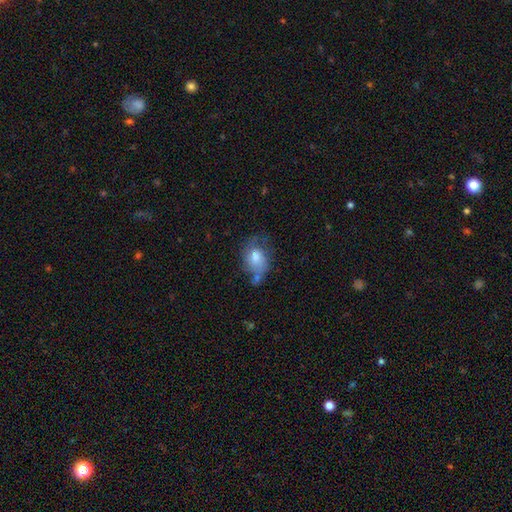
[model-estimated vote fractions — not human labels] Smooth or featured? smooth (59%)
How rounded? in between (69%)
Merging? none (45%)